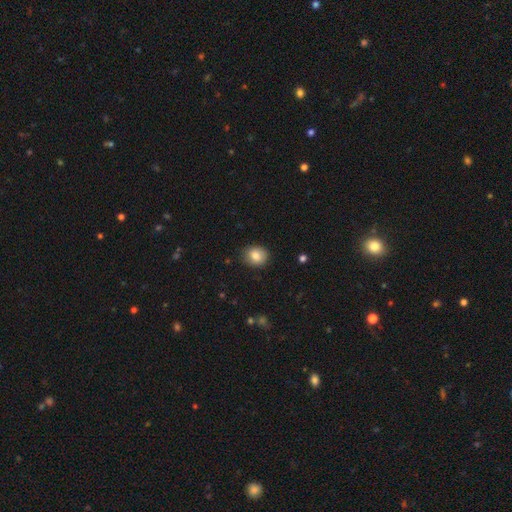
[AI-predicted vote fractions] Q: Smooth or featured?
A: smooth (83%); runner-up: star or artifact (9%)
Q: How rounded?
A: round (63%); runner-up: in between (36%)
Q: Merging?
A: none (85%); runner-up: minor disturbance (12%)